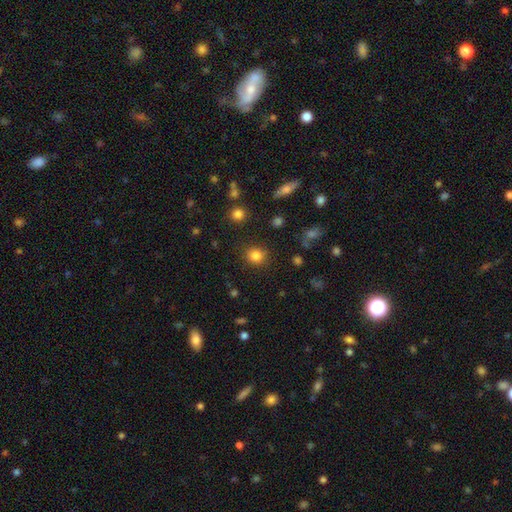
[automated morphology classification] Overall: smooth (83%). How rounded: round (82%). Merging: none (87%).